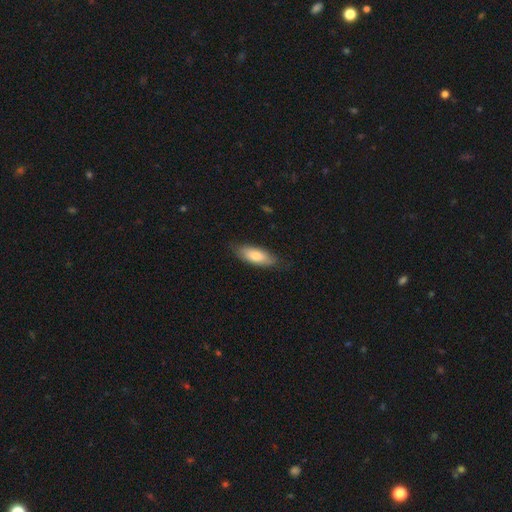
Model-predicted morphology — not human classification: This is likely a smooth galaxy (74%). How rounded: likely in between (76%). Merging: likely none (77%).